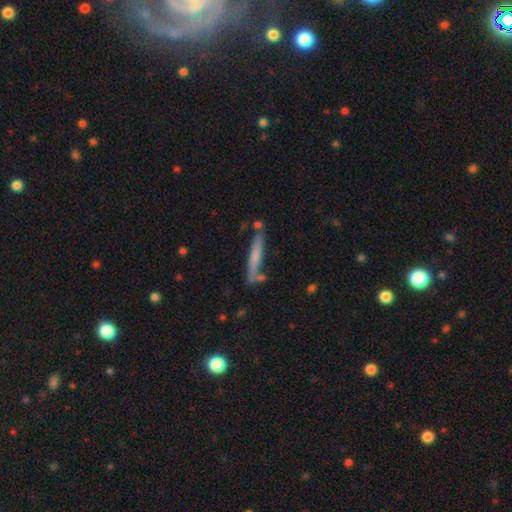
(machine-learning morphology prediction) smooth-or-featured: smooth: 60% | featured or disk: 34% | star or artifact: 6%
  how-rounded: cigar-shaped: 94% | in between: 5% | round: 1%
  merging: none: 73% | minor disturbance: 15% | merger: 8% | major disturbance: 3%